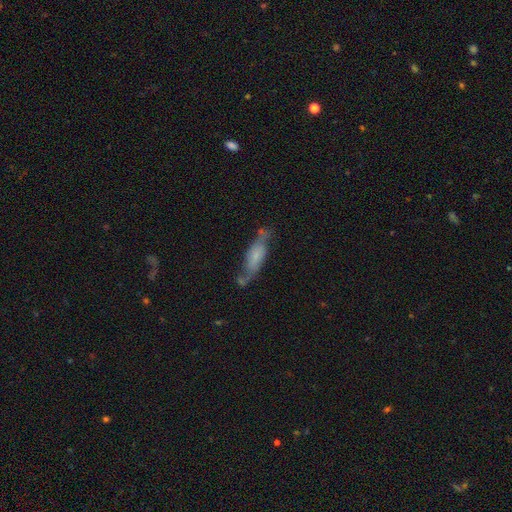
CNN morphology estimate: Q: Smooth or featured?
A: smooth (49%); runner-up: featured or disk (43%)
Q: Merging?
A: none (50%); runner-up: minor disturbance (26%)